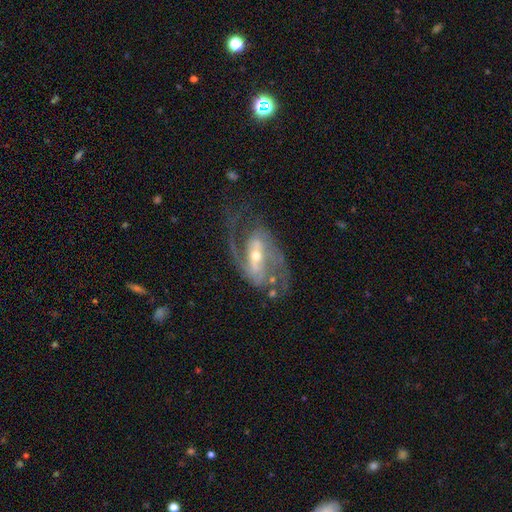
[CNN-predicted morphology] Smooth or featured? featured or disk (89%)
Edge-on disk? no (96%)
Bar? strong (48%)
Spiral arms? yes (95%)
Spiral winding? medium (55%)
Spiral arm count? 2 (86%)
Bulge size? small (49%)
Merging? none (64%)